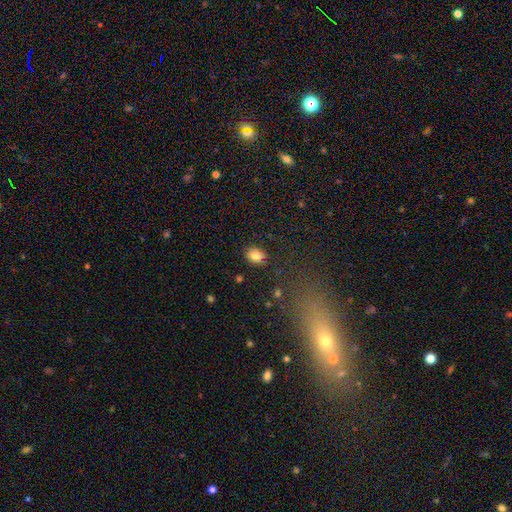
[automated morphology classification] smooth-or-featured: smooth: 83% | star or artifact: 10% | featured or disk: 7%
  how-rounded: in between: 55% | round: 44% | cigar-shaped: 1%
  merging: none: 85% | minor disturbance: 11% | major disturbance: 3% | merger: 2%